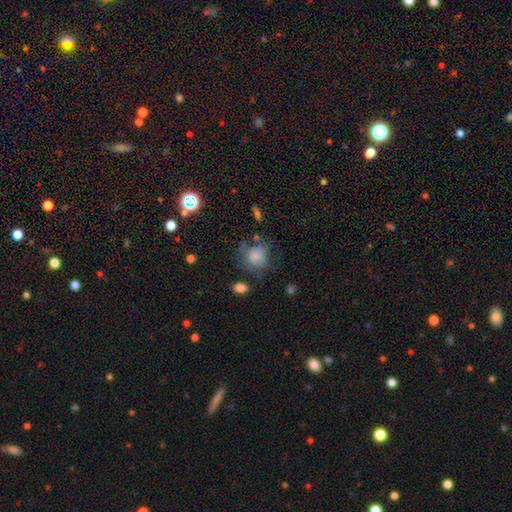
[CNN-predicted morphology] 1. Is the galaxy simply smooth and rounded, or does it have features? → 74% smooth, 16% featured or disk, 10% star or artifact.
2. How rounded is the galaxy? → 69% round, 30% in between, 1% cigar-shaped.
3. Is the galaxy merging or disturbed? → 44% none, 28% minor disturbance, 23% major disturbance, 5% merger.